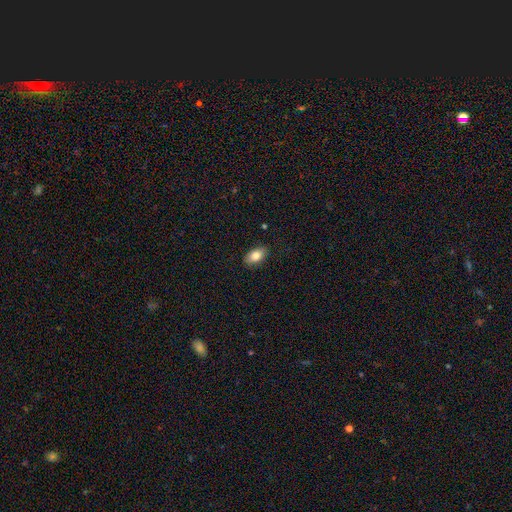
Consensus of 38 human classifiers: Overall: smooth (82%). How rounded: in between (94%). Merging: none (89%).